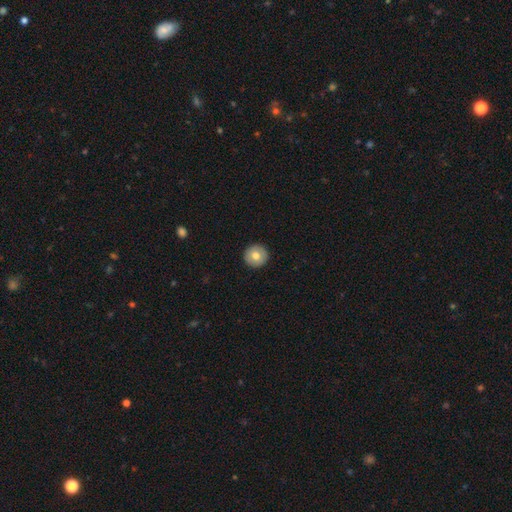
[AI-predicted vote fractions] Smooth or featured: smooth — 74% (featured or disk — 19%)
How rounded: round — 96% (in between — 3%)
Merging: none — 93% (minor disturbance — 4%)